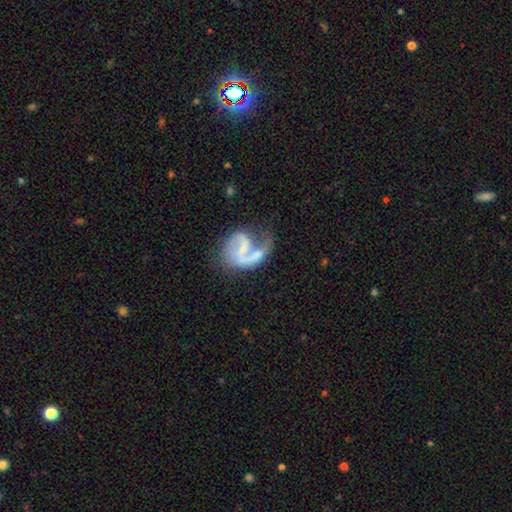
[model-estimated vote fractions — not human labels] Overall: featured or disk (82%). Edge-on disk: no (98%). Bar: weak (47%; no 28%). Spiral arms: yes (89%). Spiral arm count: 2 (58%; 1 34%). Spiral winding: loose (48%; medium 41%). Bulge size: small (60%; moderate 23%). Merging: major disturbance (35%, tied with none).